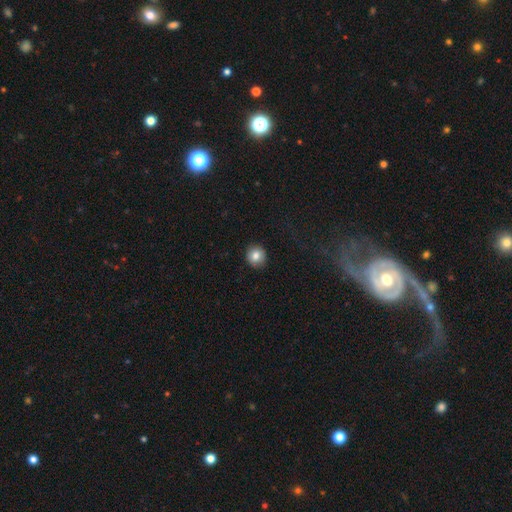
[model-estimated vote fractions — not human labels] A smooth galaxy with no disk features (82%) that is round (88%).

Vote fractions:
- Smooth or featured? smooth: 82% / star or artifact: 9% / featured or disk: 8%
- How rounded? round: 88% / in between: 11% / cigar-shaped: 1%
- Merging? none: 89% / minor disturbance: 8% / major disturbance: 2% / merger: 1%